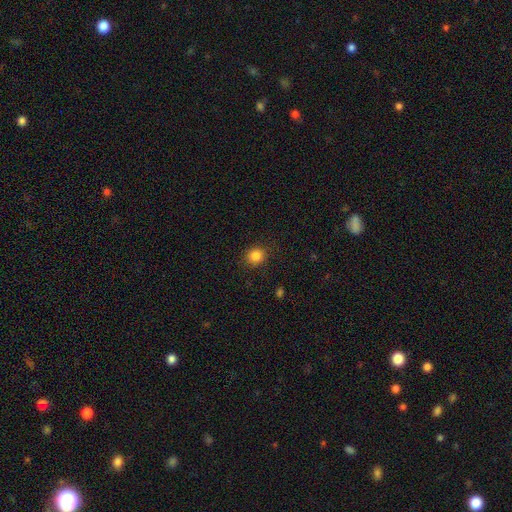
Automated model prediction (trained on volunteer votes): Smooth or featured? Predicted: smooth (p=0.84). How rounded? Predicted: round (p=0.86). Merging? Predicted: none (p=0.88).